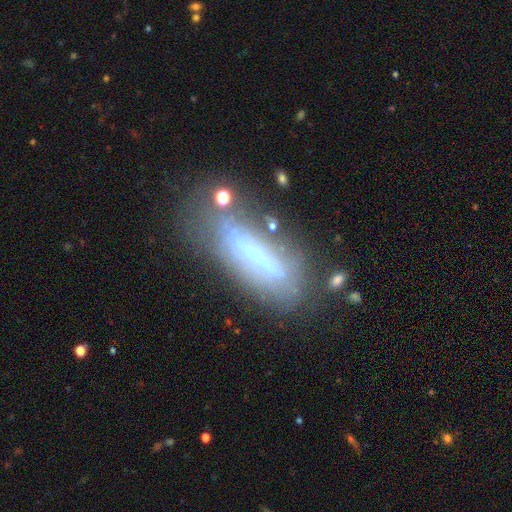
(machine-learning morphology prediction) Q: Smooth or featured?
A: featured or disk (55%); runner-up: smooth (35%)
Q: Edge-on disk?
A: no (57%); runner-up: yes (43%)
Q: Merging?
A: none (61%); runner-up: minor disturbance (21%)